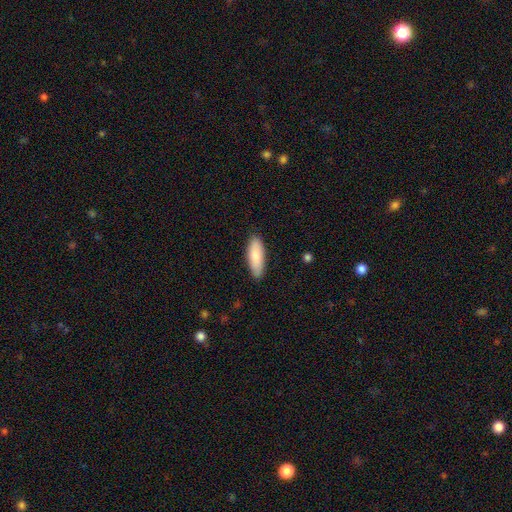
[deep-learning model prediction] This appears to be a smooth galaxy with no disk features (84%) that is in between round and cigar-shaped (59%). Merging: none (87%).